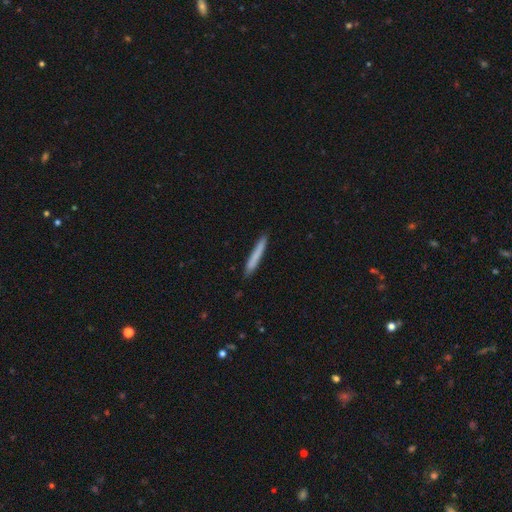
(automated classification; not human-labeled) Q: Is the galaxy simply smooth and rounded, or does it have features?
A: smooth — 75%.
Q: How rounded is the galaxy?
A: cigar-shaped — 96%.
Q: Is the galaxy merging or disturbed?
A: none — 88%.